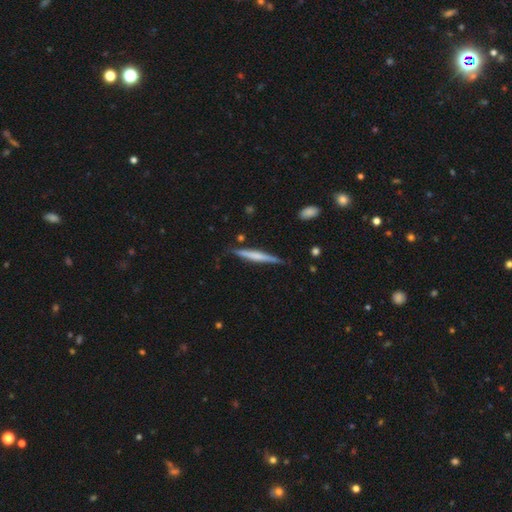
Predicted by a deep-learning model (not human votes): smooth-or-featured: featured or disk: 49% | smooth: 46% | star or artifact: 5%
  merging: none: 84% | minor disturbance: 13% | major disturbance: 2% | merger: 2%